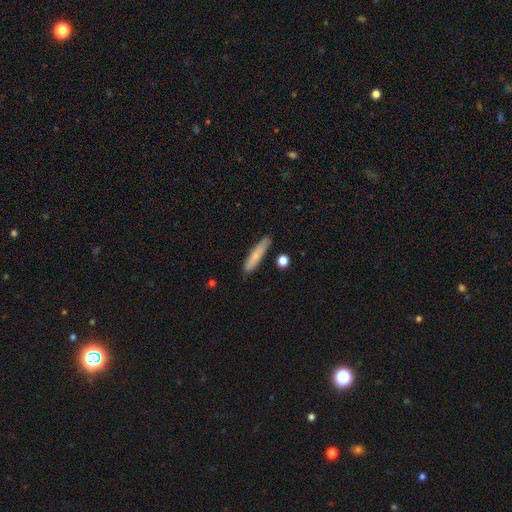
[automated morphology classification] This is likely a smooth galaxy (73%). How rounded: clearly cigar-shaped (86%). Merging: clearly none (82%).